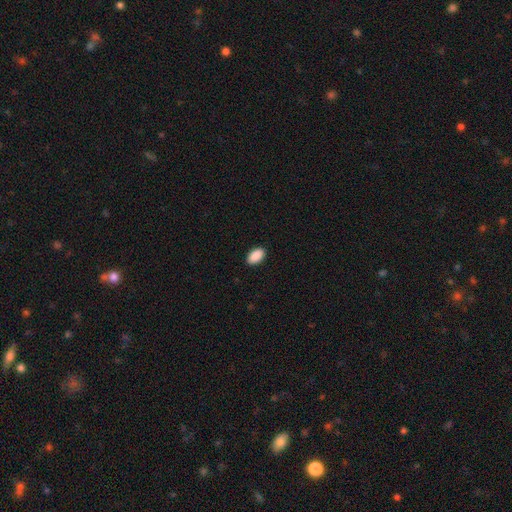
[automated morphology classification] type=smooth (91%); roundness=in between (94%); merging=none (89%).